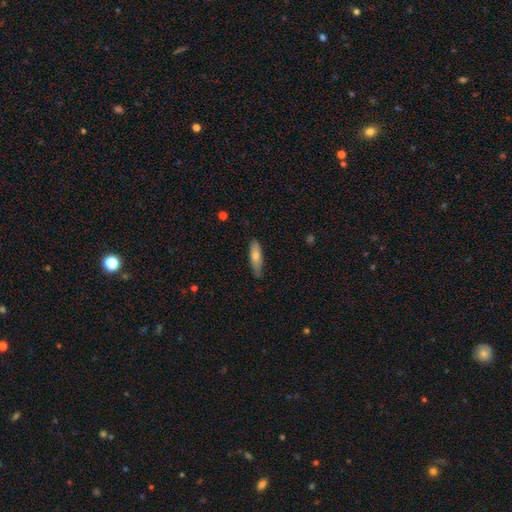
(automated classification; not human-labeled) Morphology: type=smooth (69%); roundness=cigar-shaped (61%); merging=none (80%).